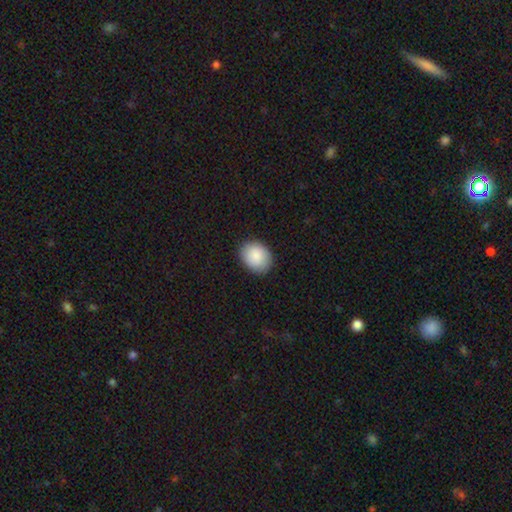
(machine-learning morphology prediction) This is clearly a smooth galaxy (88%). How rounded: possibly in between (51%). Merging: clearly none (87%).